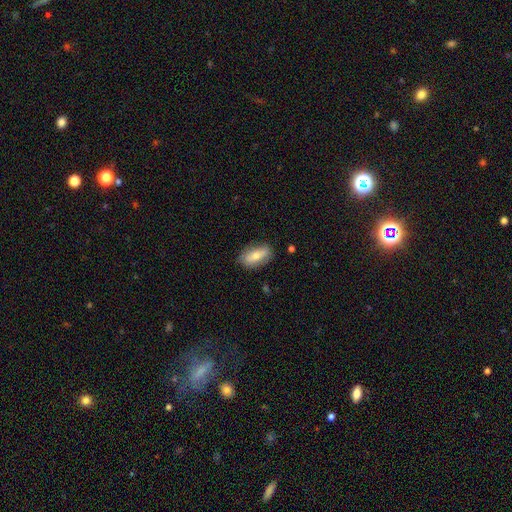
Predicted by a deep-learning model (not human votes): A smooth galaxy with no disk features (65%) that is in between round and cigar-shaped (81%). Merging: none (81%).